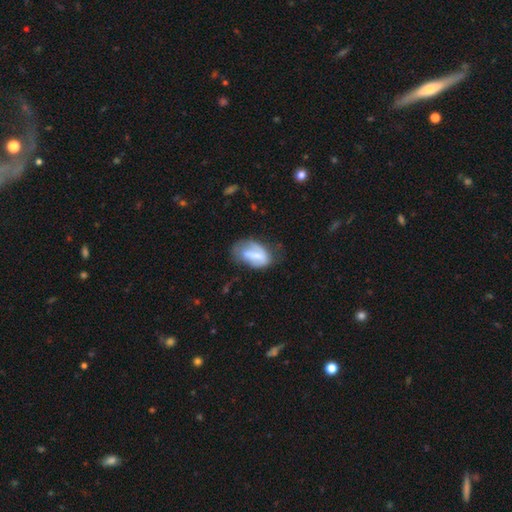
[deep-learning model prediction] Smooth or featured? Predicted: smooth (p=0.49). Merging? Predicted: none (p=0.39).